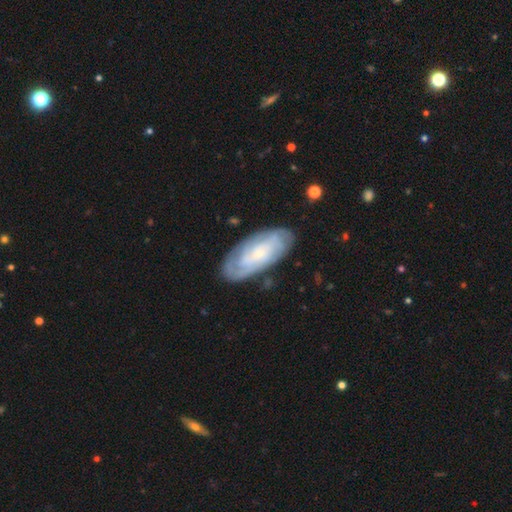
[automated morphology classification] A featured or disk galaxy (68%) with no bar (70%), tight (72%) spiral arms (90%) and a small central bulge (66%). Merging: none (81%).